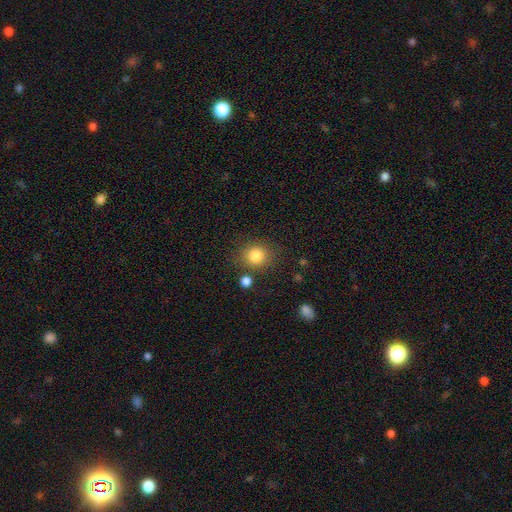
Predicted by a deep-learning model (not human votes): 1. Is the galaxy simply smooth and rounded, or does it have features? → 83% smooth, 11% star or artifact, 6% featured or disk.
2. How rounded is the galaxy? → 83% round, 16% in between, 1% cigar-shaped.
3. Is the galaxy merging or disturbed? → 80% none, 10% minor disturbance, 6% merger, 4% major disturbance.